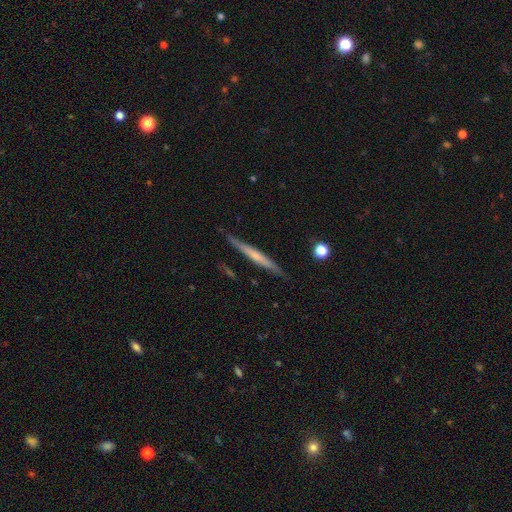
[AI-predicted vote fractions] Smooth or featured? featured or disk (57%)
Edge-on disk? yes (96%)
Edge-on bulge? none (59%)
Merging? none (87%)